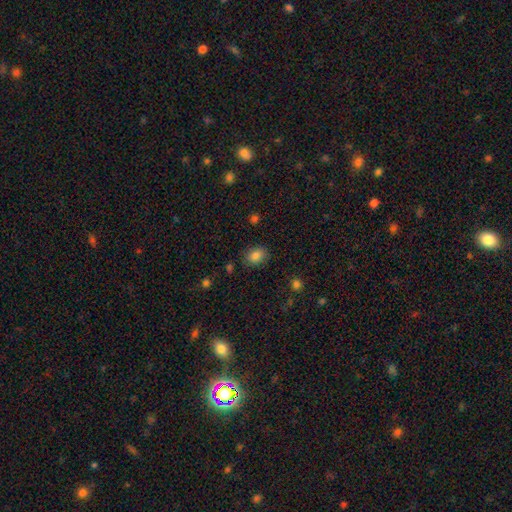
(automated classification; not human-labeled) The model was most divided on "how rounded": in between: 65%, round: 34%, cigar-shaped: 1%. More confident: smooth or featured — smooth (84%); merging — none (83%).